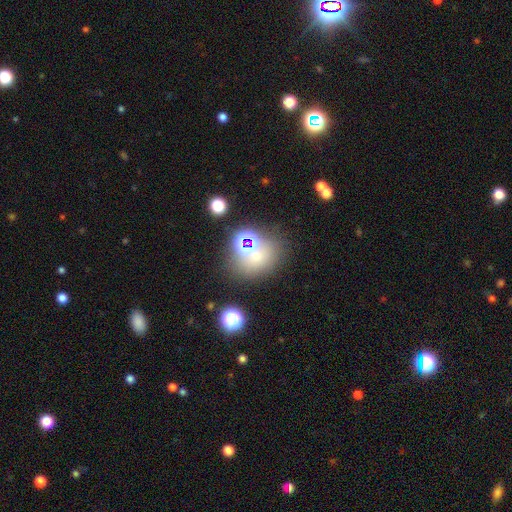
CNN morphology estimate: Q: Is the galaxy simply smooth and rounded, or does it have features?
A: smooth — 50%.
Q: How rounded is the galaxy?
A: round — 64%.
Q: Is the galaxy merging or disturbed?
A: none — 66%.